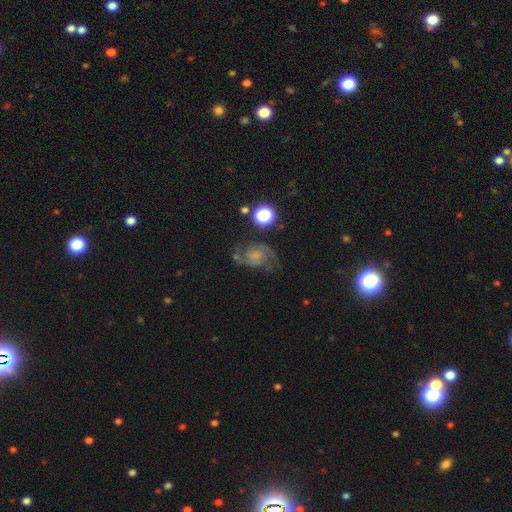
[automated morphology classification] A featured or disk galaxy (73%) with no bar (62%), 2 (86%) medium (51%) spiral arms (93%) and a small central bulge (40%).

Vote fractions:
- Smooth or featured? featured or disk: 73% / smooth: 16% / star or artifact: 11%
- Edge-on disk? no: 98% / yes: 2%
- Bar? no: 62% / weak: 32% / strong: 6%
- Spiral arms? yes: 93% / no: 7%
- Spiral winding? medium: 51% / loose: 32% / tight: 17%
- Spiral arm count? 2: 86% / can't tell: 6% / 3: 3% / 1: 2% / 4: 1% / more than 4: 1%
- Bulge size? small: 40% / none: 28% / moderate: 24% / large: 6% / dominant: 2%
- Merging? none: 60% / minor disturbance: 21% / major disturbance: 15% / merger: 4%